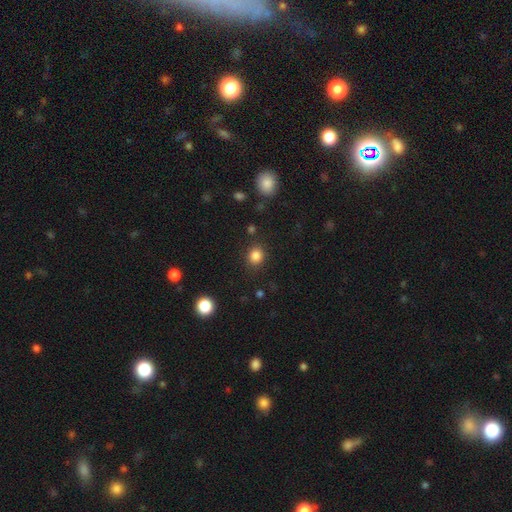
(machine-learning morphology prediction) This appears to be a smooth galaxy with no disk features (84%) that is round (79%). Merging: none (87%).